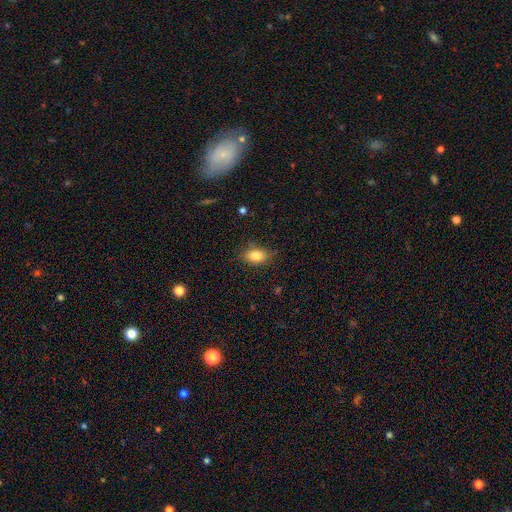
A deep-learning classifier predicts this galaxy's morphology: A smooth galaxy with no disk features (82%) that is in between round and cigar-shaped (83%). Merging: none (78%).